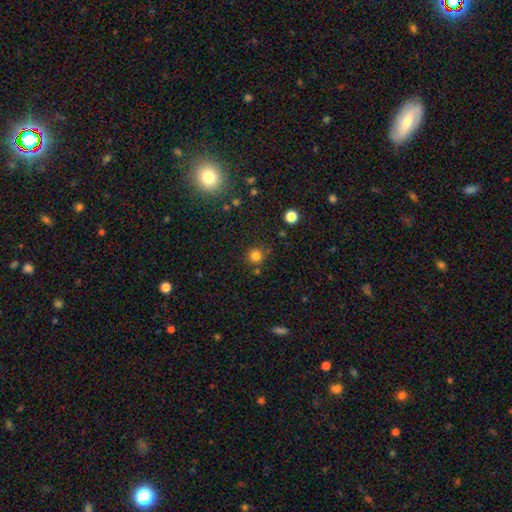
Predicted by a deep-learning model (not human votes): The model was most divided on "smooth or featured": smooth: 81%, star or artifact: 14%, featured or disk: 5%. More confident: how rounded — round (91%); merging — none (81%).